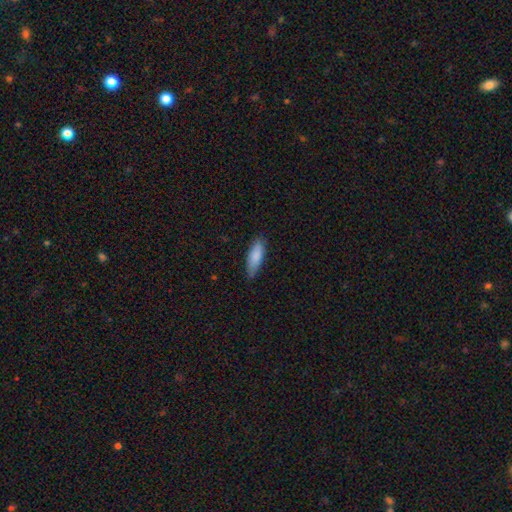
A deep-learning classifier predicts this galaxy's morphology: This appears to be a smooth galaxy with no disk features (85%) that is in between round and cigar-shaped (56%). Merging: none (77%).